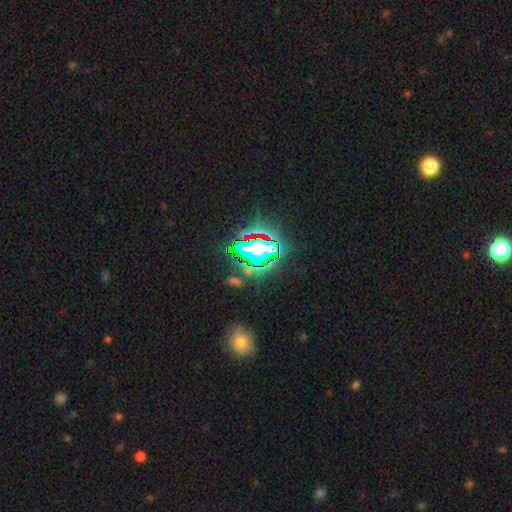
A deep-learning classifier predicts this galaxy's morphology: Q: Smooth or featured?
A: star or artifact (77%); runner-up: smooth (14%)